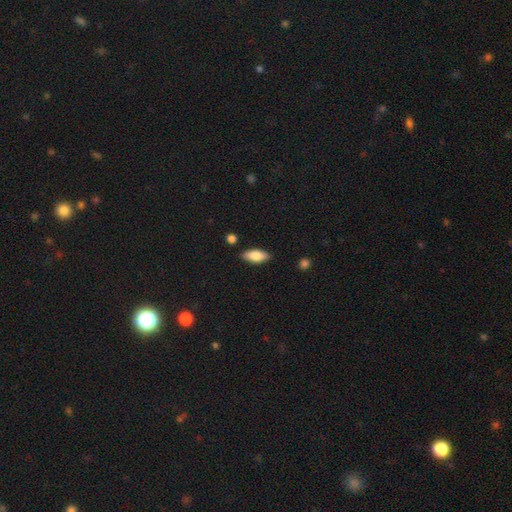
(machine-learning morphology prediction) Q: Smooth or featured?
A: smooth (79%); runner-up: featured or disk (15%)
Q: How rounded?
A: in between (81%); runner-up: cigar-shaped (17%)
Q: Merging?
A: none (85%); runner-up: minor disturbance (11%)